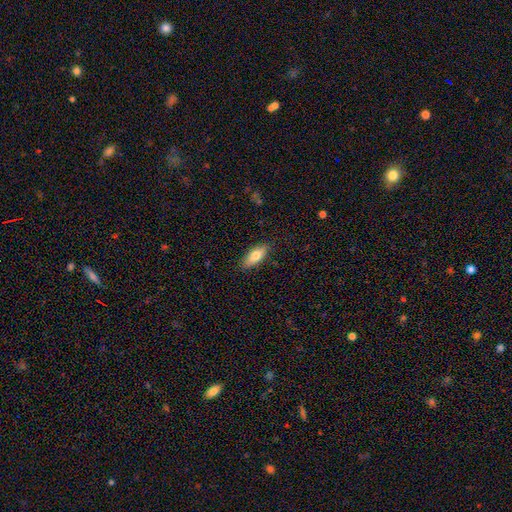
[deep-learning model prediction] Smooth or featured? smooth (75%)
How rounded? in between (74%)
Merging? none (86%)